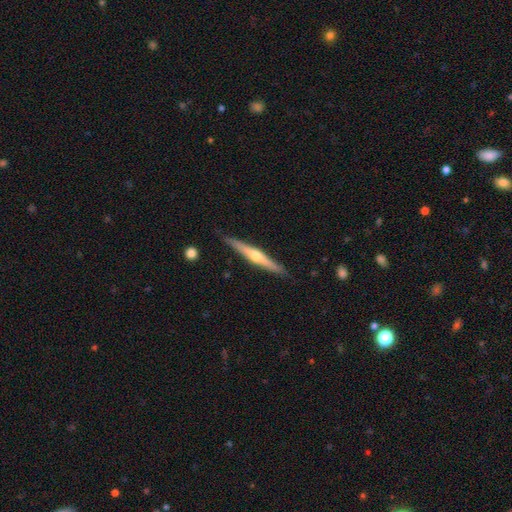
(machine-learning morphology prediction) Smooth or featured? featured or disk (68%)
Edge-on disk? yes (97%)
Edge-on bulge? rounded (87%)
Merging? none (88%)